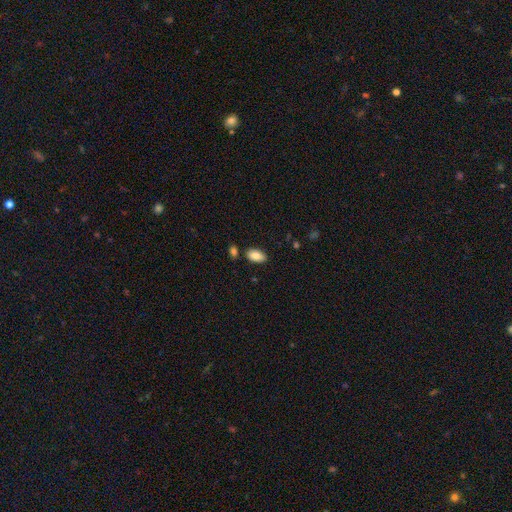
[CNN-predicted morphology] Smooth or featured? Predicted: smooth (p=0.86). How rounded? Predicted: in between (p=0.94). Merging? Predicted: none (p=0.80).